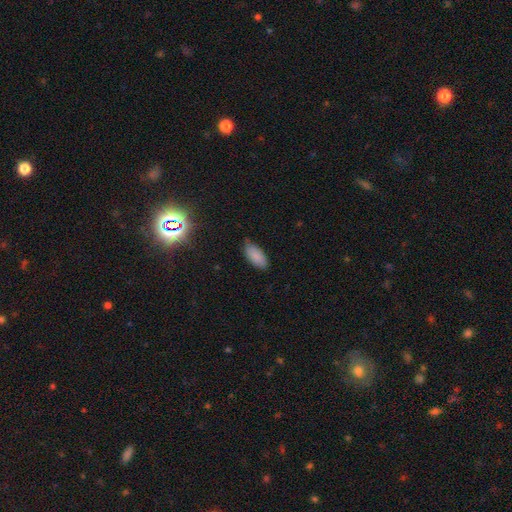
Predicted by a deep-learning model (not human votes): Smooth or featured? smooth (86%)
How rounded? in between (90%)
Merging? none (75%)